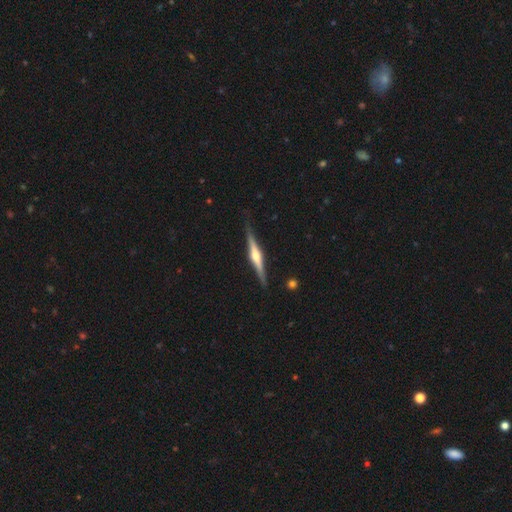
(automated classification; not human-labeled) featured or disk 77%, smooth 18%, star or artifact 5%. Down the decision tree: edge-on disk — yes (98%); edge-on bulge — rounded (90%); merging — none (86%).